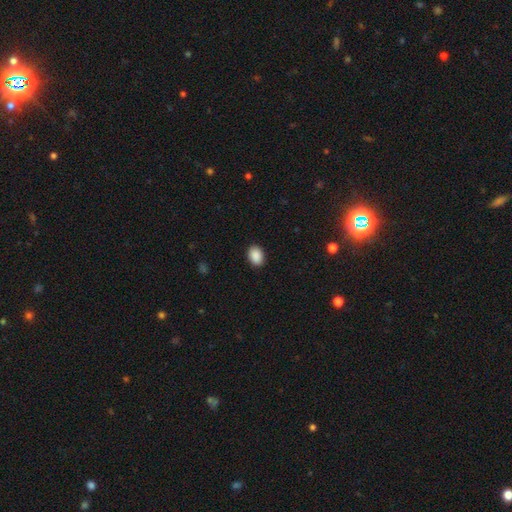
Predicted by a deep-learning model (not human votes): A smooth galaxy with no disk features (90%) that is in between round and cigar-shaped (78%). Merging: none (90%).